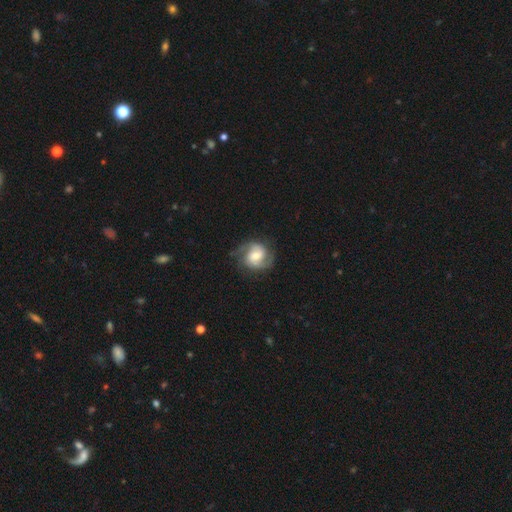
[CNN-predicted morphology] The model was most divided on "bar": weak: 48%, no: 36%, strong: 16%. Remaining: edge-on disk — no (98%); spiral arms — yes (94%); spiral arm count — 2 (87%); smooth or featured — featured or disk (76%); merging — none (74%); bulge size — moderate (51%); spiral winding — medium (50%).